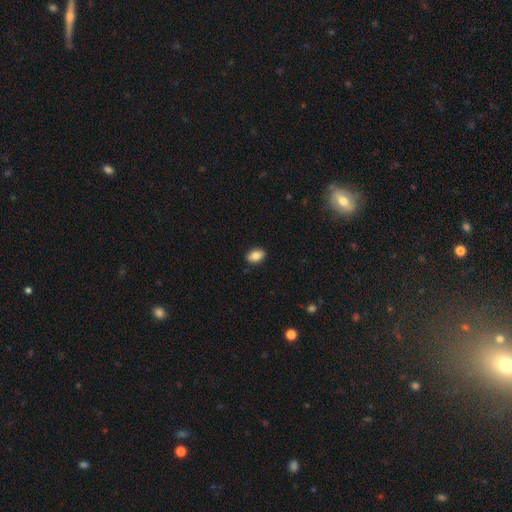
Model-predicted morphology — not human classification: A smooth galaxy with no disk features (85%) that is in between round and cigar-shaped (84%). Merging: none (89%).